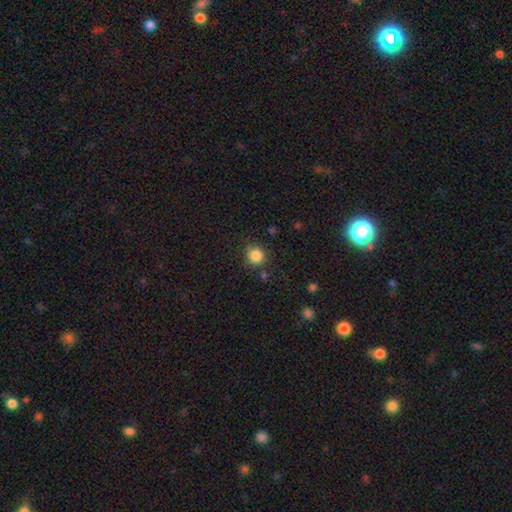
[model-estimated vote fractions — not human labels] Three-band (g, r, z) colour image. It shows a smooth galaxy with no disk features (84%) that is round (91%). Merging: none (83%).